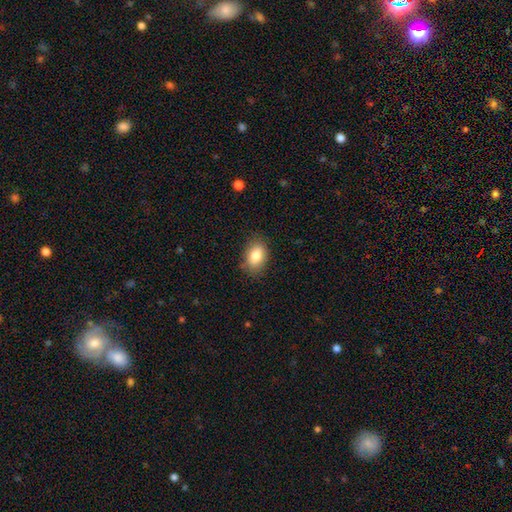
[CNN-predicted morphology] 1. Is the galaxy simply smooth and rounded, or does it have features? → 83% smooth, 9% featured or disk, 8% star or artifact.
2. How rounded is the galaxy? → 85% in between, 14% round, 1% cigar-shaped.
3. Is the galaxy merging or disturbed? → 82% none, 13% minor disturbance, 3% major disturbance, 1% merger.